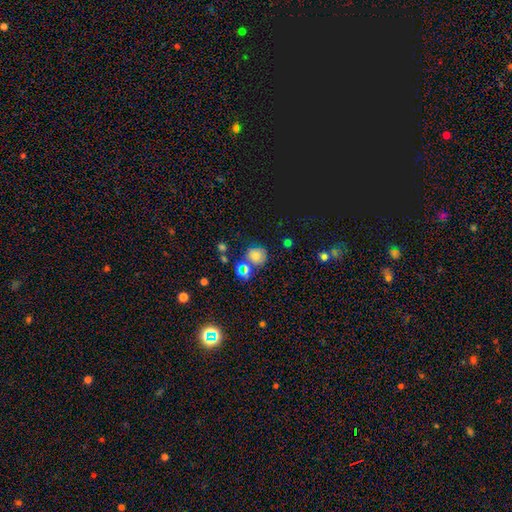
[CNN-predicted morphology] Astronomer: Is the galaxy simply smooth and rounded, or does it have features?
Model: smooth — 67%.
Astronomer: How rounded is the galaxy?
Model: round — 79%.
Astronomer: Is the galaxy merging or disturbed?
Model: none — 61%.